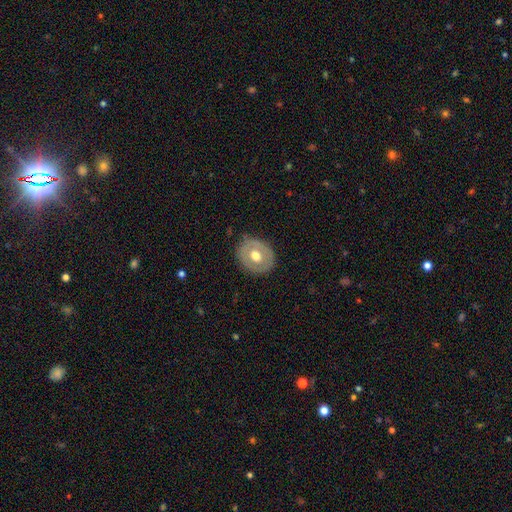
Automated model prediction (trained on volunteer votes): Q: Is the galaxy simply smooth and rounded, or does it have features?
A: smooth — 50%.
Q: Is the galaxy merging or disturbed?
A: none — 83%.